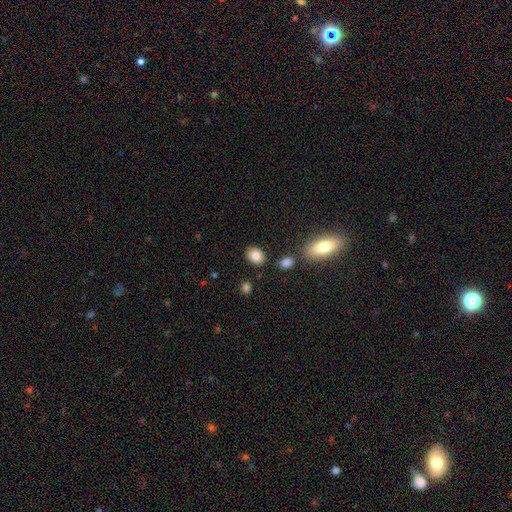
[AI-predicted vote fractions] Q: Smooth or featured?
A: smooth (83%); runner-up: star or artifact (9%)
Q: How rounded?
A: in between (68%); runner-up: round (30%)
Q: Merging?
A: none (83%); runner-up: minor disturbance (10%)